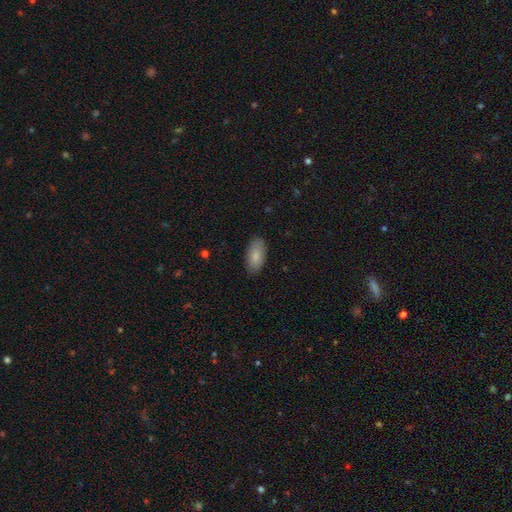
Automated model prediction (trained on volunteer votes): This appears to be a smooth galaxy with no disk features (85%) that is in between round and cigar-shaped (93%). Merging: none (87%).